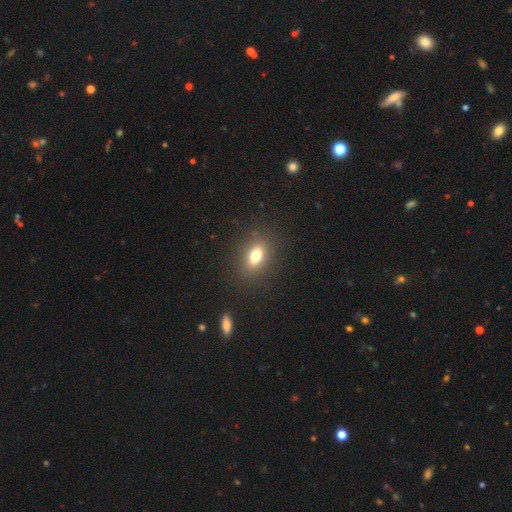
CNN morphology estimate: Overall: smooth (73%). How rounded: in between (77%). Merging: none (86%).